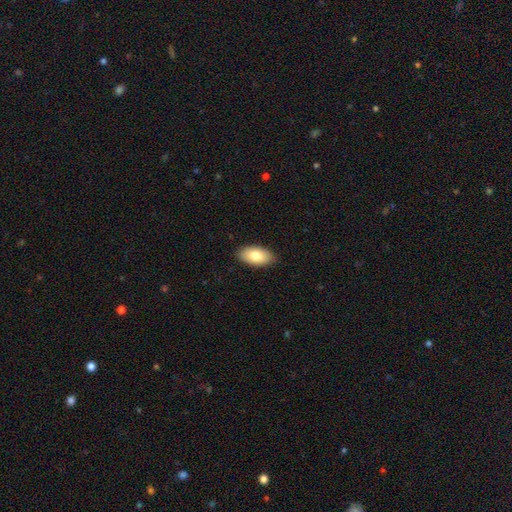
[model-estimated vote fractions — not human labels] smooth-or-featured: smooth: 81% | featured or disk: 13% | star or artifact: 6%
  how-rounded: in between: 95% | round: 3% | cigar-shaped: 3%
  merging: none: 88% | minor disturbance: 10% | major disturbance: 2% | merger: 1%